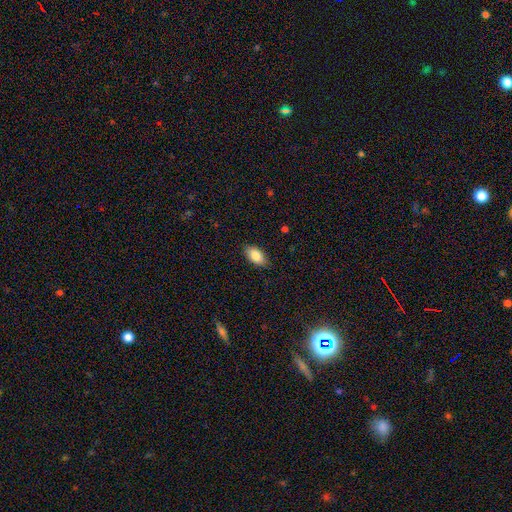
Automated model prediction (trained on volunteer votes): This appears to be a smooth galaxy with no disk features (85%) that is in between round and cigar-shaped (92%). Merging: none (86%).